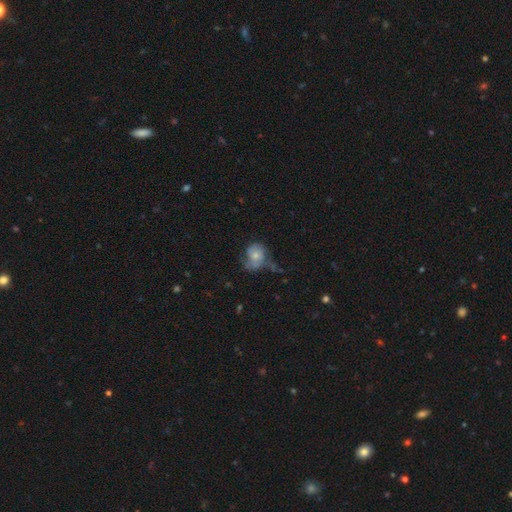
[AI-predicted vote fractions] This is possibly a smooth galaxy (52%). How rounded: possibly round (57%). Merging: marginally none (32%).